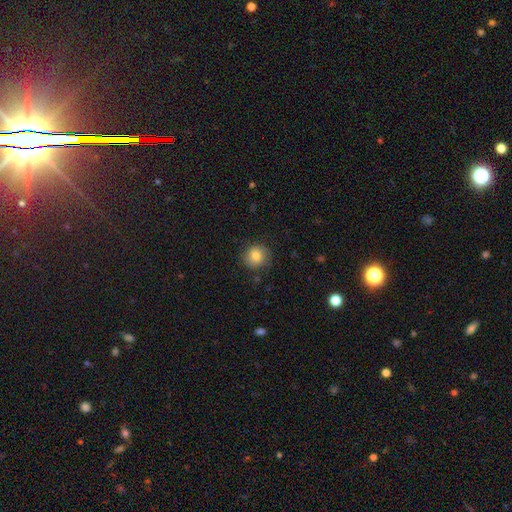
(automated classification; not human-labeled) Smooth or featured?
  - smooth: 80% *
  - featured or disk: 11%
  - star or artifact: 9%
How rounded?
  - round: 85% *
  - in between: 14%
  - cigar-shaped: 1%
Merging?
  - none: 81% *
  - minor disturbance: 14%
  - major disturbance: 4%
  - merger: 1%